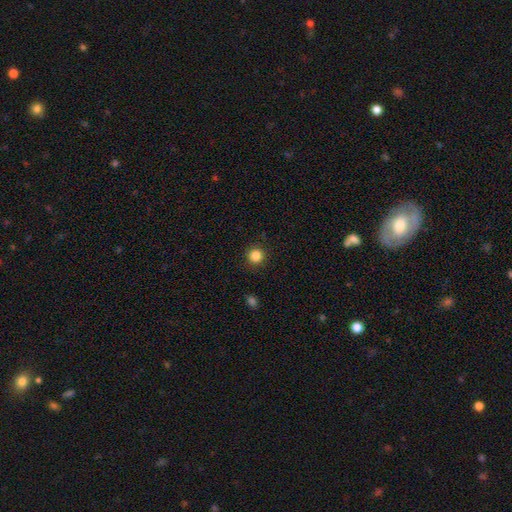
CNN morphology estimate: This appears to be a smooth galaxy with no disk features (85%) that is round (94%). Merging: none (91%).